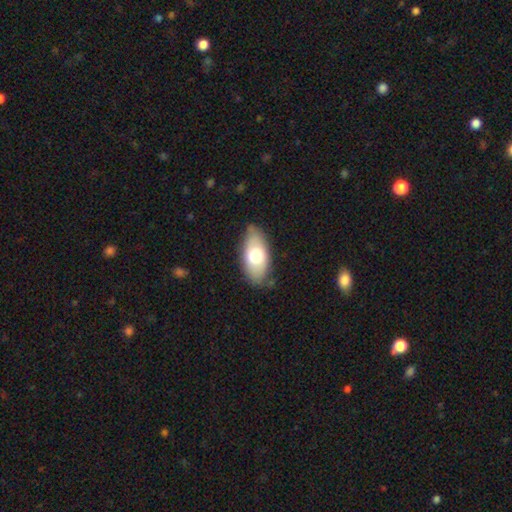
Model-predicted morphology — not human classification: This is likely a smooth galaxy (69%). How rounded: clearly in between (91%). Merging: likely none (77%).